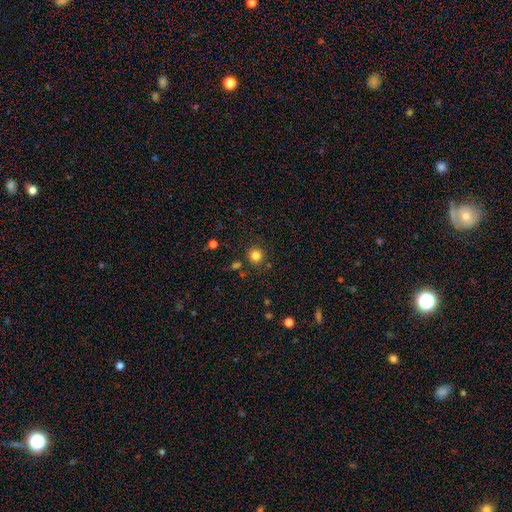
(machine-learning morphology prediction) Smooth or featured?
  - smooth: 81% *
  - star or artifact: 13%
  - featured or disk: 5%
How rounded?
  - round: 92% *
  - in between: 7%
  - cigar-shaped: 1%
Merging?
  - none: 85% *
  - minor disturbance: 8%
  - merger: 4%
  - major disturbance: 3%